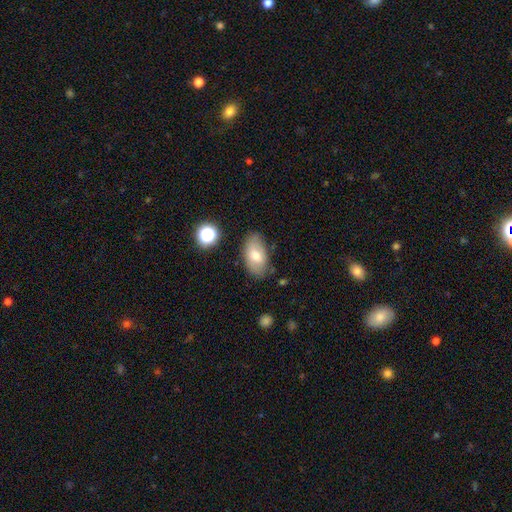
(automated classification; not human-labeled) A smooth galaxy with no disk features (71%) that is in between round and cigar-shaped (92%). Merging: none (77%).